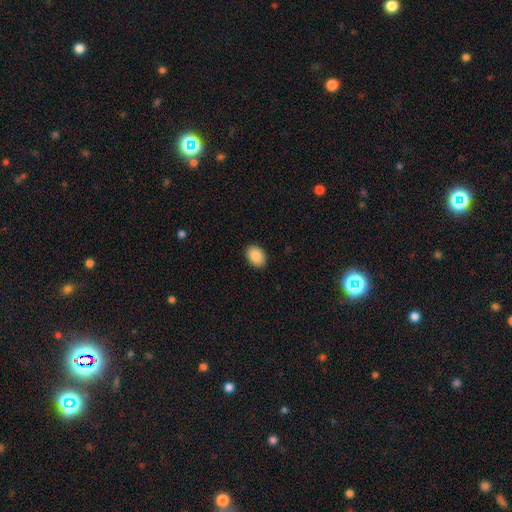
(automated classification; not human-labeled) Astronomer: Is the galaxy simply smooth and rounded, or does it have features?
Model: smooth — 89%.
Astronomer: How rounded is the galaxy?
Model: in between — 83%.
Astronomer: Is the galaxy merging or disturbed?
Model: none — 89%.